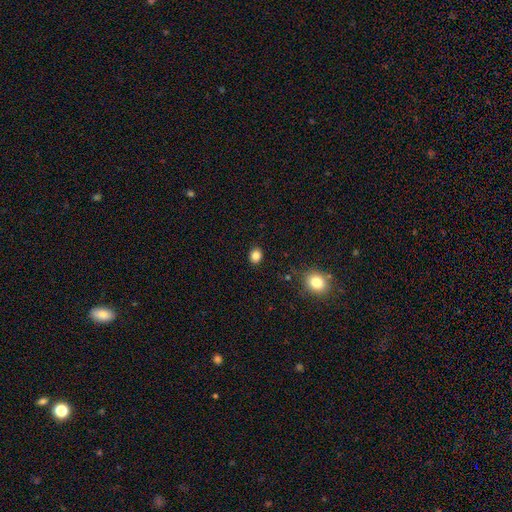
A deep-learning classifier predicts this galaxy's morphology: A smooth galaxy with no disk features (84%) that is round (60%).

Vote fractions:
- Smooth or featured? smooth: 84% / star or artifact: 11% / featured or disk: 4%
- How rounded? round: 60% / in between: 39% / cigar-shaped: 1%
- Merging? none: 89% / minor disturbance: 7% / major disturbance: 2% / merger: 2%